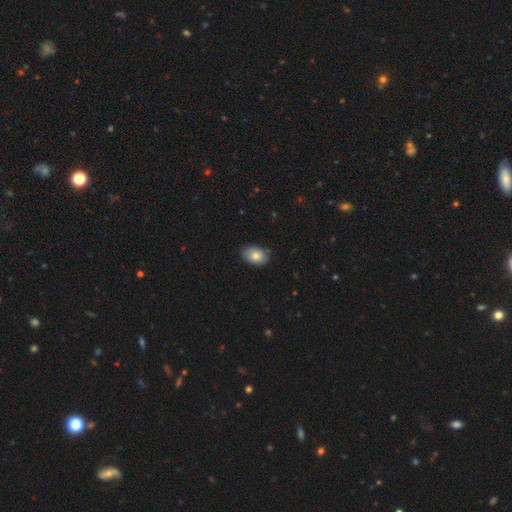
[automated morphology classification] smooth-or-featured: smooth: 79% | featured or disk: 14% | star or artifact: 7%
  how-rounded: in between: 83% | round: 16% | cigar-shaped: 1%
  merging: none: 78% | minor disturbance: 18% | major disturbance: 3% | merger: 1%